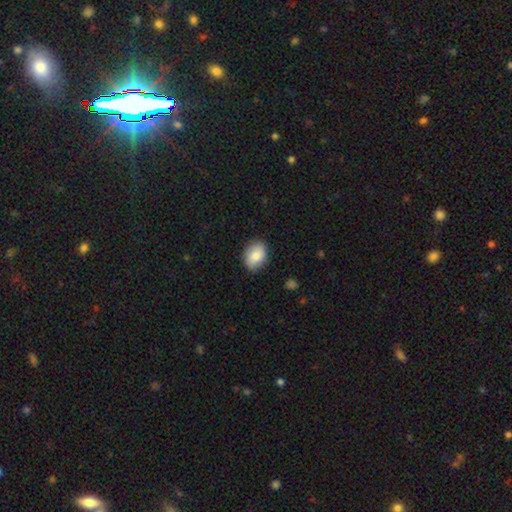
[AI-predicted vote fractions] smooth-or-featured: smooth: 82% | featured or disk: 11% | star or artifact: 7%
  how-rounded: in between: 75% | round: 24% | cigar-shaped: 1%
  merging: none: 84% | minor disturbance: 12% | major disturbance: 3% | merger: 1%